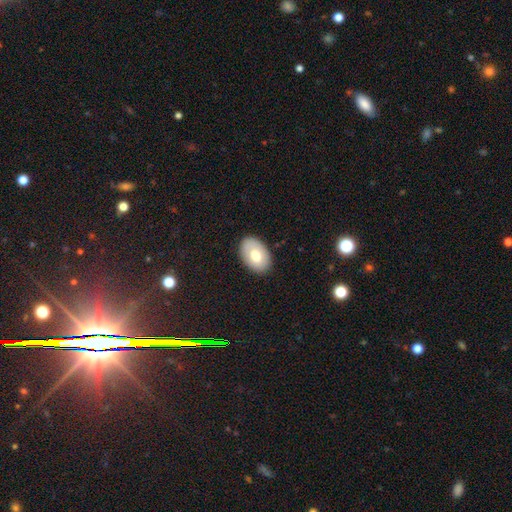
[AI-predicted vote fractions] The model was most divided on "smooth or featured": smooth: 70%, featured or disk: 23%, star or artifact: 7%. More confident: how rounded — in between (88%); merging — none (86%).